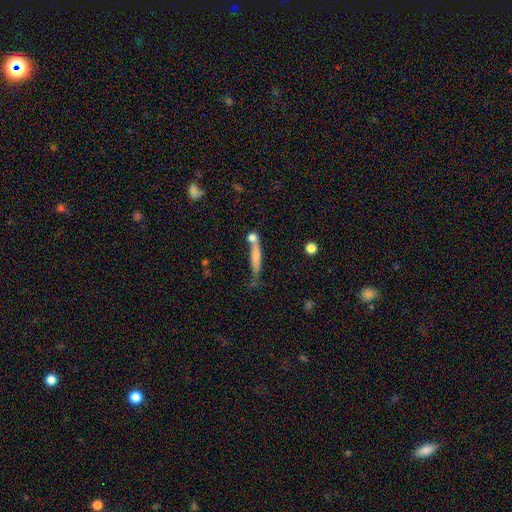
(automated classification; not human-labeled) Smooth or featured: smooth — 60% (featured or disk — 33%)
How rounded: cigar-shaped — 87% (in between — 10%)
Merging: none — 50% (merger — 26%)